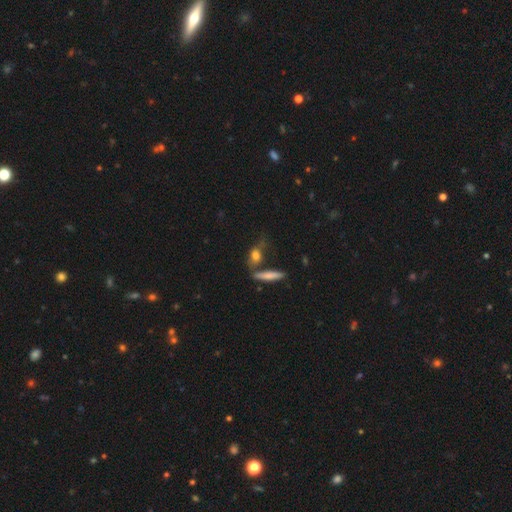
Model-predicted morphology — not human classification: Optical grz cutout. It shows a smooth galaxy with no disk features (67%) that is in between round and cigar-shaped (47%). Merging: none (57%).